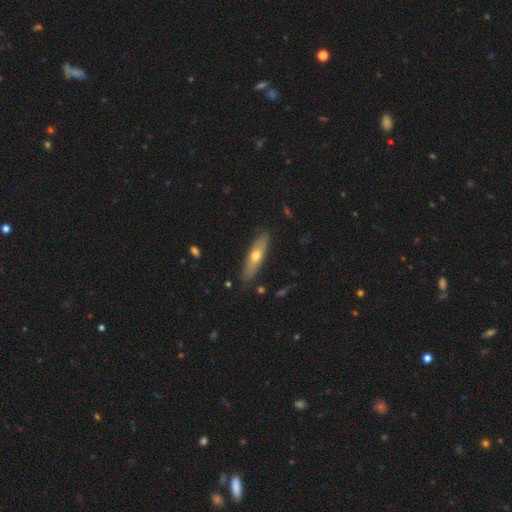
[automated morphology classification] smooth-or-featured: smooth: 53% | featured or disk: 41% | star or artifact: 6%
  how-rounded: cigar-shaped: 66% | in between: 31% | round: 2%
  merging: none: 85% | minor disturbance: 11% | major disturbance: 2% | merger: 1%